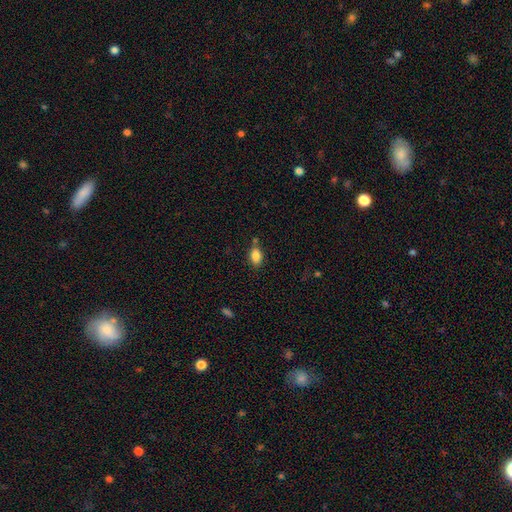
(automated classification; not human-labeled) smooth 85%, star or artifact 9%, featured or disk 6%. Down the decision tree: how rounded — in between (86%); merging — none (66%).